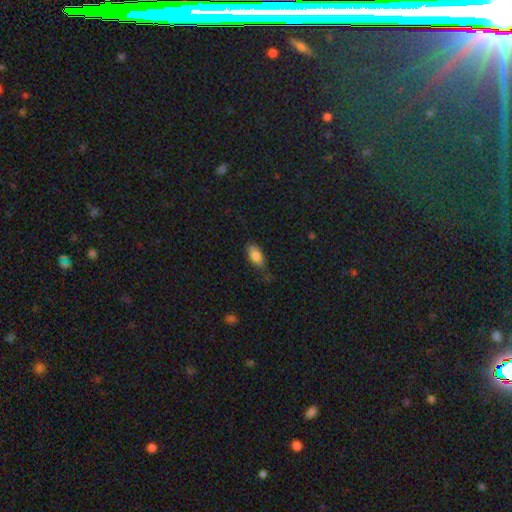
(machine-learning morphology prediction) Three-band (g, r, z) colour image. It shows a smooth galaxy with no disk features (81%) that is in between round and cigar-shaped (88%). Merging: none (61%).